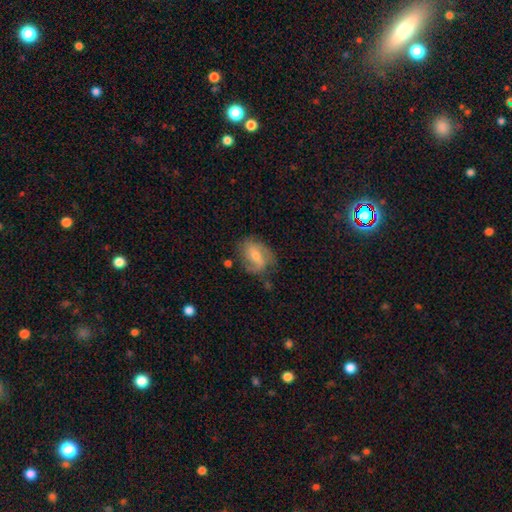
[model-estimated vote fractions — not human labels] featured or disk 63%, smooth 28%, star or artifact 9%. Down the decision tree: edge-on disk — no (96%); bar — weak (45%); spiral arms — yes (85%); spiral arm count — 2 (65%); spiral winding — medium (44%); bulge size — small (47%); merging — none (64%).